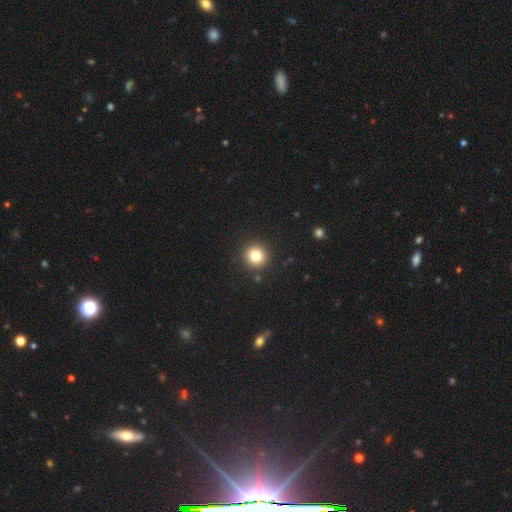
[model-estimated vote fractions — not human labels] This appears to be a smooth galaxy with no disk features (81%) that is round (94%). Merging: none (91%).